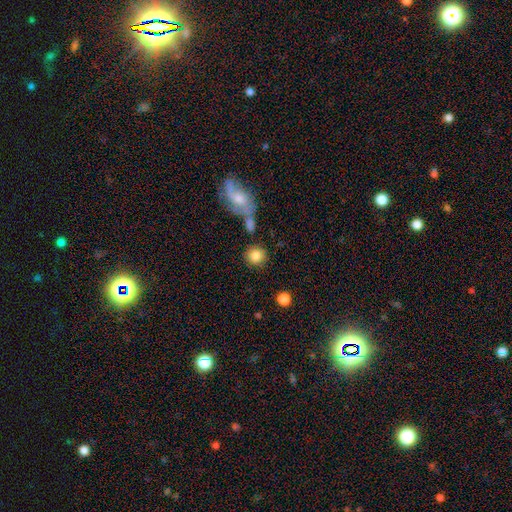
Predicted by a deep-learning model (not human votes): A smooth galaxy with no disk features (84%) that is round (86%). Merging: none (76%).